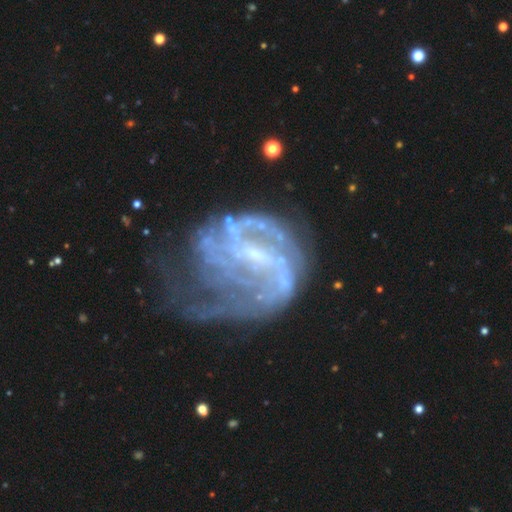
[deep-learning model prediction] A featured or disk galaxy (83%) with a weak bar (48%), medium (40%) spiral arms (80%) and a small central bulge (56%).

Vote fractions:
- Smooth or featured? featured or disk: 83% / star or artifact: 9% / smooth: 8%
- Edge-on disk? no: 98% / yes: 2%
- Bar? weak: 48% / strong: 26% / no: 26%
- Spiral arms? yes: 80% / no: 20%
- Spiral winding? medium: 40% / tight: 33% / loose: 28%
- Spiral arm count? can't tell: 39% / 2: 26% / 3: 13% / 1: 9% / 4: 7% / more than 4: 5%
- Bulge size? small: 56% / none: 28% / moderate: 14% / large: 1% / dominant: 1%
- Merging? major disturbance: 42% / none: 32% / minor disturbance: 21% / merger: 5%